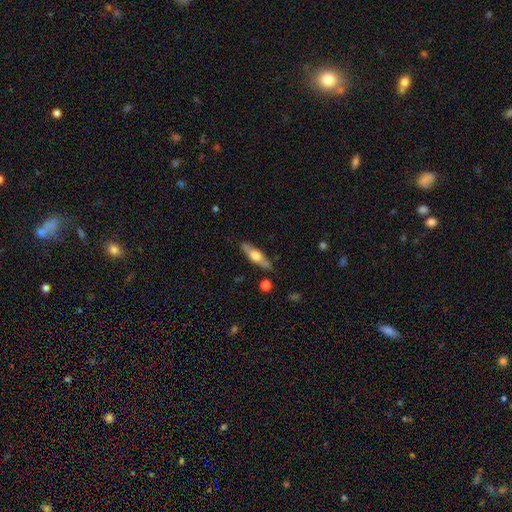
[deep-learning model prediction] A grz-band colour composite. It shows a featured or disk galaxy (52%) viewed edge-on (86%). Merging: none (81%).